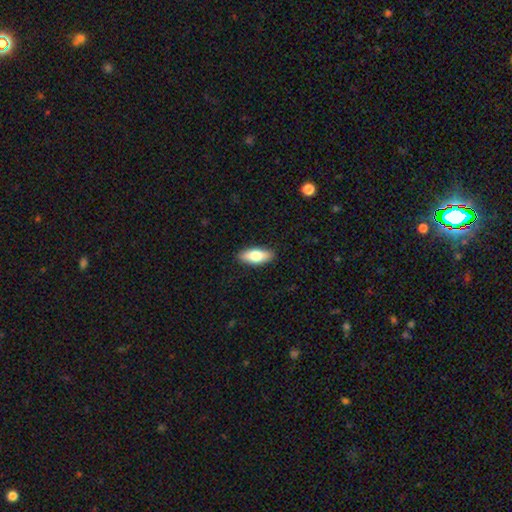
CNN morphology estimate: This appears to be a smooth galaxy with no disk features (75%) that is in between round and cigar-shaped (78%). Merging: none (90%).